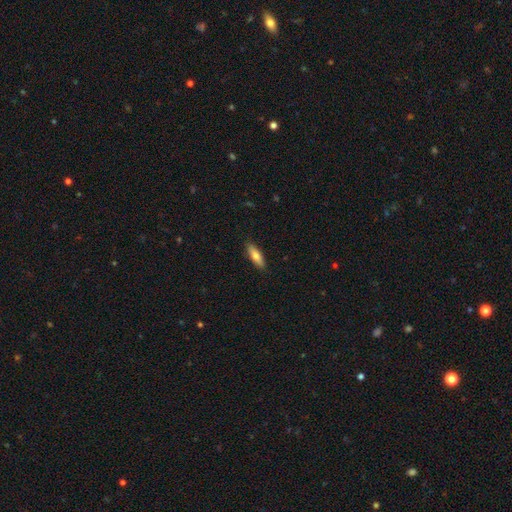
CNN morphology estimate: smooth-or-featured: smooth: 74% | featured or disk: 20% | star or artifact: 6%
  how-rounded: cigar-shaped: 57% | in between: 41% | round: 2%
  merging: none: 89% | minor disturbance: 8% | major disturbance: 2% | merger: 1%